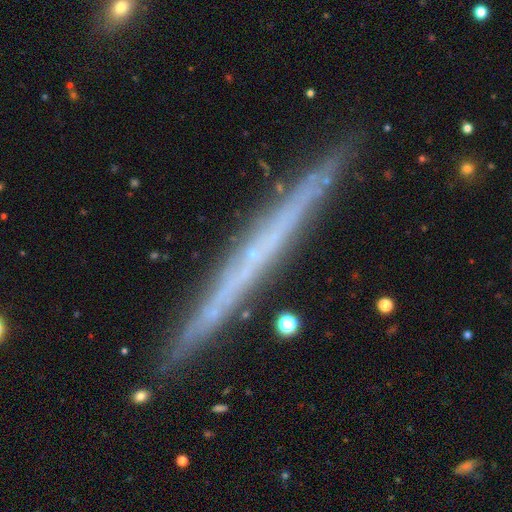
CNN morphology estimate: Overall: featured or disk (70%). Edge-on disk: yes (97%). Edge-on bulge: none (87%). Merging: none (91%).